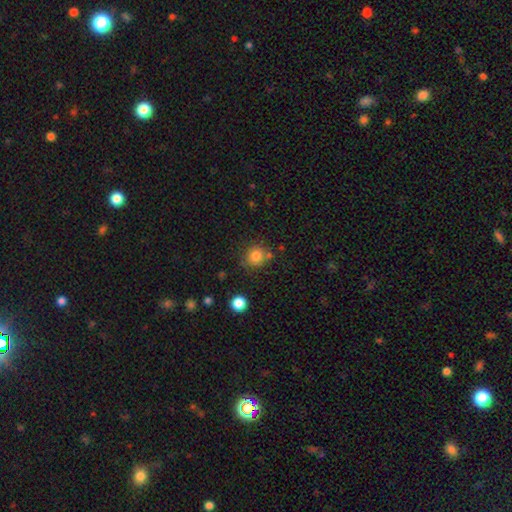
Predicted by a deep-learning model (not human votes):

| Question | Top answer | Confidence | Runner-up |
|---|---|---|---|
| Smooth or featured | smooth | 81% | star or artifact (12%) |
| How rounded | round | 86% | in between (13%) |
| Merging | none | 74% | minor disturbance (13%) |